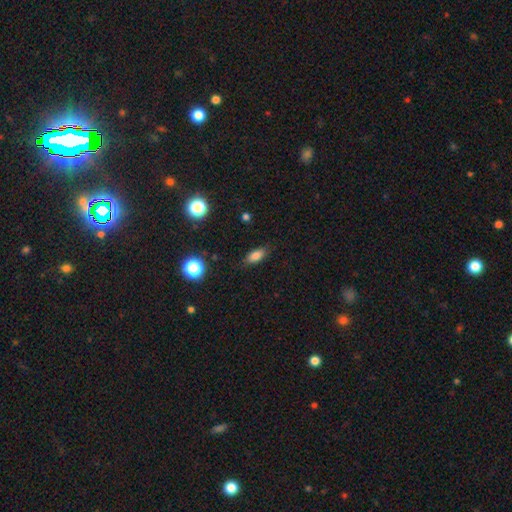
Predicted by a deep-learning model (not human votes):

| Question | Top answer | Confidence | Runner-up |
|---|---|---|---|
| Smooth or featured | smooth | 81% | star or artifact (11%) |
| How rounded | in between | 81% | cigar-shaped (12%) |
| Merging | none | 84% | minor disturbance (11%) |